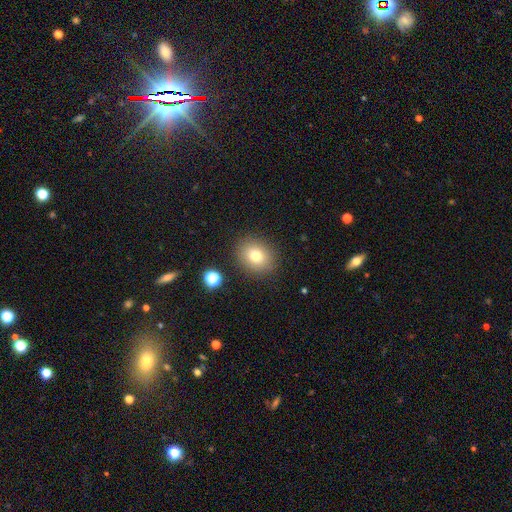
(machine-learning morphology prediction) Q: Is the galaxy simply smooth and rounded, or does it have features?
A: smooth — 76%.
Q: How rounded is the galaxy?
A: round — 65%.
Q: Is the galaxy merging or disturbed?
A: none — 87%.